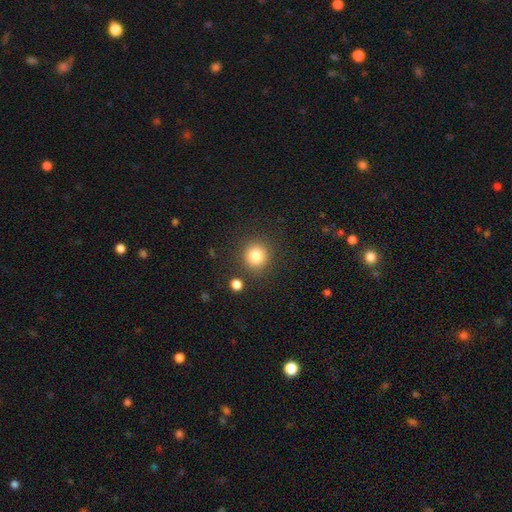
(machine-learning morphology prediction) This is clearly a smooth galaxy (83%). How rounded: clearly round (92%). Merging: clearly none (86%).